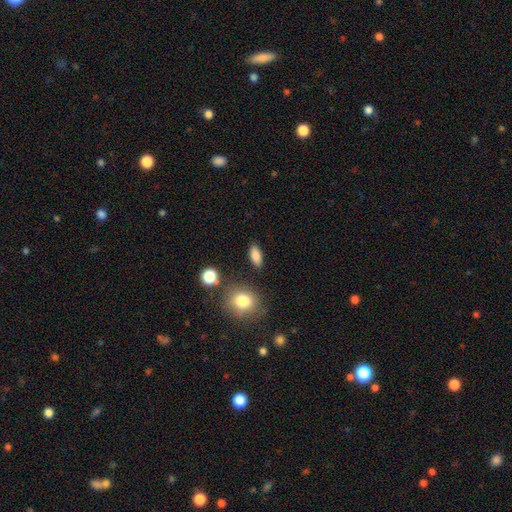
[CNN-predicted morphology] Smooth or featured: smooth — 85% (star or artifact — 9%)
How rounded: in between — 84% (cigar-shaped — 8%)
Merging: none — 86% (minor disturbance — 9%)